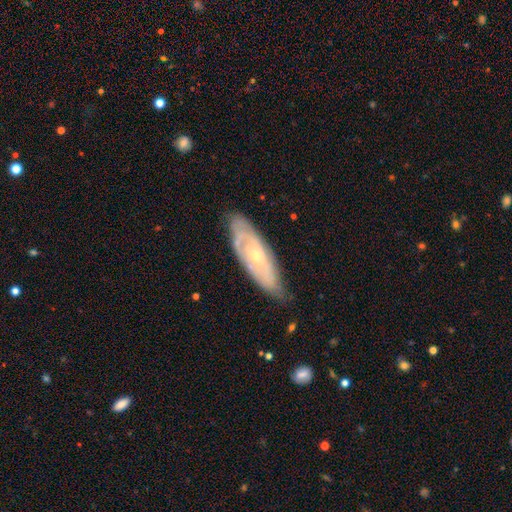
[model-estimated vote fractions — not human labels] featured or disk 68%, smooth 25%, star or artifact 6%. Down the decision tree: edge-on disk — no (81%); bar — no (80%); spiral arms — yes (70%); bulge size — small (69%); merging — none (69%).